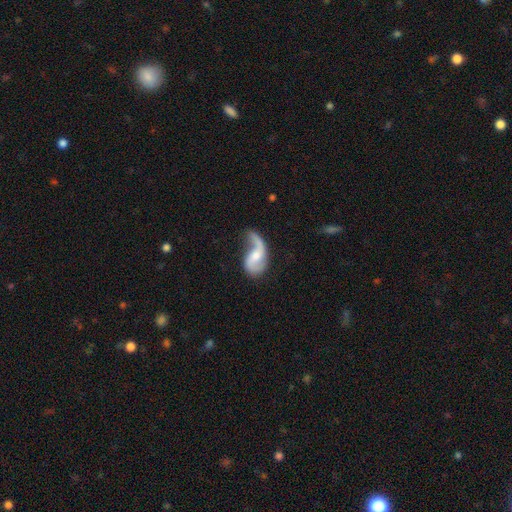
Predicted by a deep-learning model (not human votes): Q: Smooth or featured?
A: featured or disk (78%); runner-up: smooth (16%)
Q: Edge-on disk?
A: no (97%); runner-up: yes (3%)
Q: Bar?
A: no (47%); runner-up: weak (42%)
Q: Spiral arms?
A: yes (93%); runner-up: no (7%)
Q: Spiral winding?
A: loose (74%); runner-up: medium (21%)
Q: Spiral arm count?
A: 2 (70%); runner-up: 1 (25%)
Q: Bulge size?
A: moderate (48%); runner-up: small (36%)
Q: Merging?
A: none (35%); runner-up: major disturbance (32%)